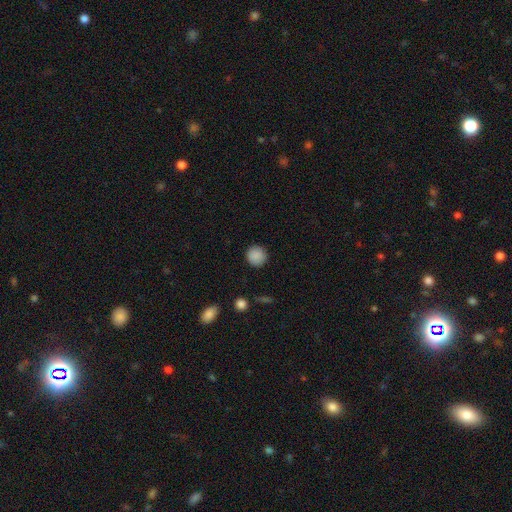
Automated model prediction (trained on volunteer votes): A smooth galaxy with no disk features (88%) that is round (92%). Merging: none (90%).